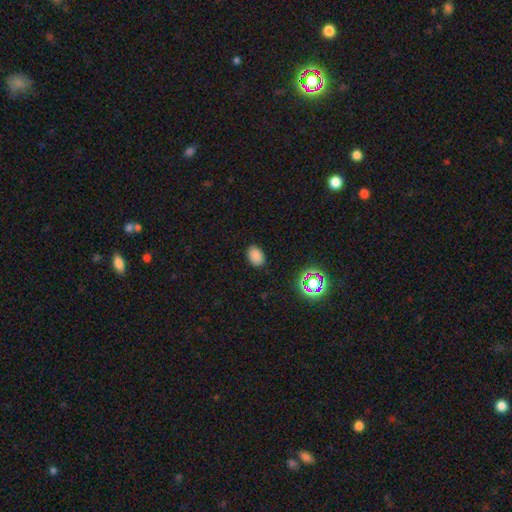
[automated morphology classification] Q: Smooth or featured?
A: smooth (81%); runner-up: star or artifact (14%)
Q: How rounded?
A: in between (81%); runner-up: round (18%)
Q: Merging?
A: none (85%); runner-up: minor disturbance (11%)